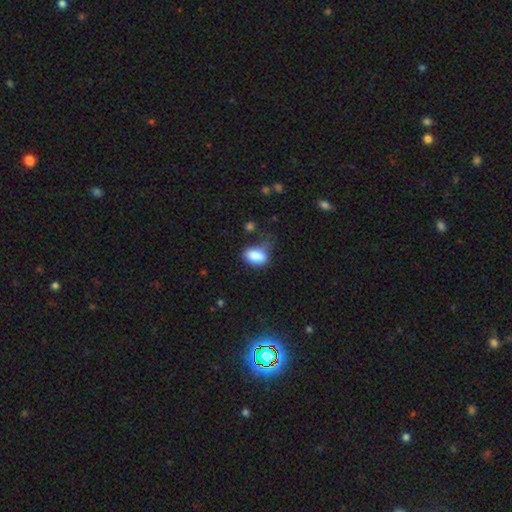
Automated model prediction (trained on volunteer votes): Smooth or featured? smooth (84%)
How rounded? in between (88%)
Merging? none (40%)